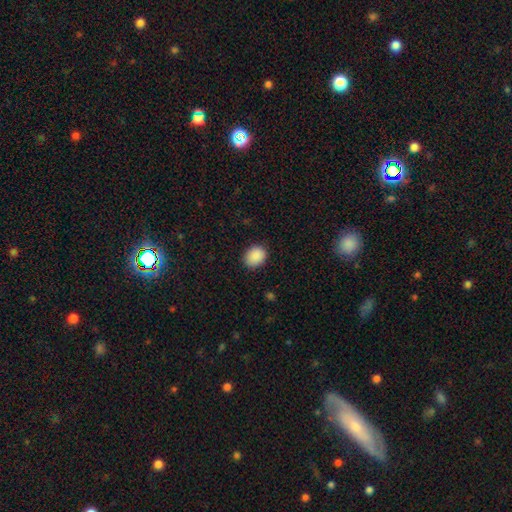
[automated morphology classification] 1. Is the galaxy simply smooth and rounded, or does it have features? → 89% smooth, 8% star or artifact, 3% featured or disk.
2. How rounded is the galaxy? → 53% round, 46% in between, 1% cigar-shaped.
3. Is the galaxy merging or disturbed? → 85% none, 11% minor disturbance, 3% major disturbance, 1% merger.